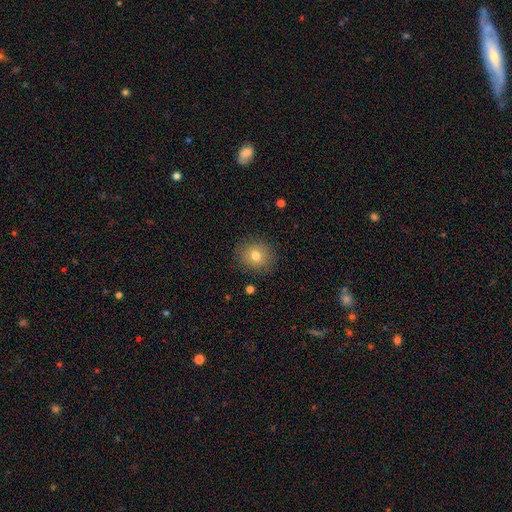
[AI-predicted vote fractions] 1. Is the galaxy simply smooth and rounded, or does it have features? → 77% smooth, 12% featured or disk, 11% star or artifact.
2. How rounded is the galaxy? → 76% round, 23% in between, 1% cigar-shaped.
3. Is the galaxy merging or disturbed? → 87% none, 9% minor disturbance, 3% major disturbance, 1% merger.